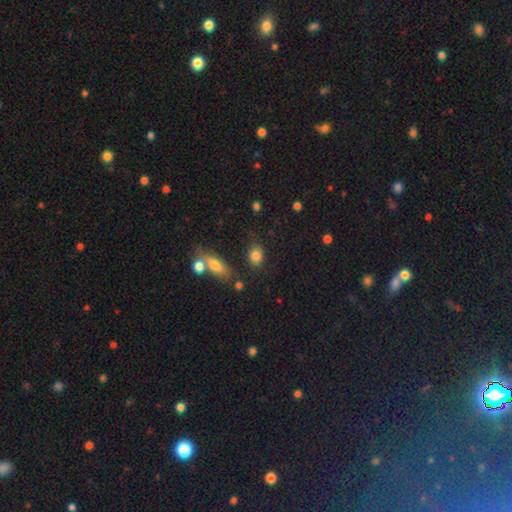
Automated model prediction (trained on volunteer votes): This is clearly a smooth galaxy (83%). How rounded: possibly in between (60%). Merging: likely none (73%).